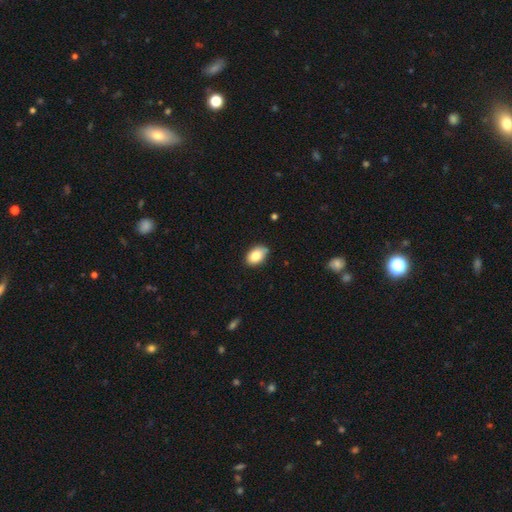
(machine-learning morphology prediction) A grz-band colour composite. It shows a smooth galaxy with no disk features (84%) that is in between round and cigar-shaped (88%). Merging: none (80%).